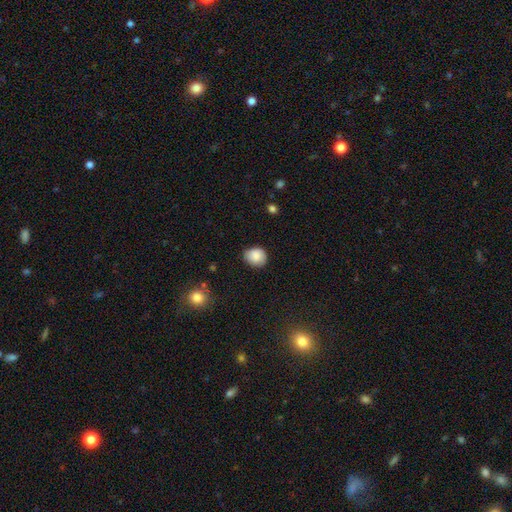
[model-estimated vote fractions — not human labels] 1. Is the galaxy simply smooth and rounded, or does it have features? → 86% smooth, 8% star or artifact, 6% featured or disk.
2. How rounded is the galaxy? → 64% round, 35% in between, 1% cigar-shaped.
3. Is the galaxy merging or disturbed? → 78% none, 18% minor disturbance, 3% major disturbance, 1% merger.